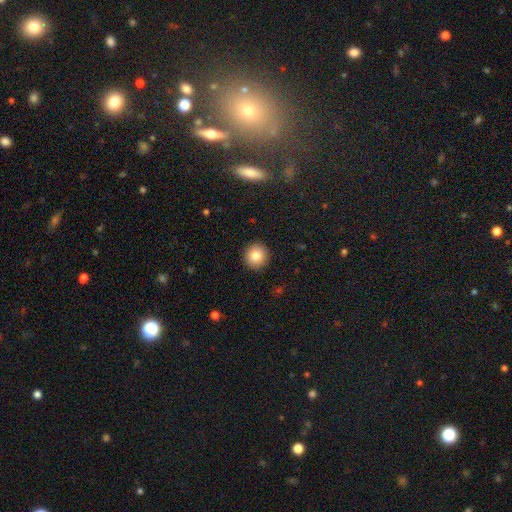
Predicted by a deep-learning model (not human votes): A smooth galaxy with no disk features (81%) that is round (95%).

Vote fractions:
- Smooth or featured? smooth: 81% / star or artifact: 10% / featured or disk: 9%
- How rounded? round: 95% / in between: 4% / cigar-shaped: 1%
- Merging? none: 93% / minor disturbance: 5% / major disturbance: 2% / merger: 1%